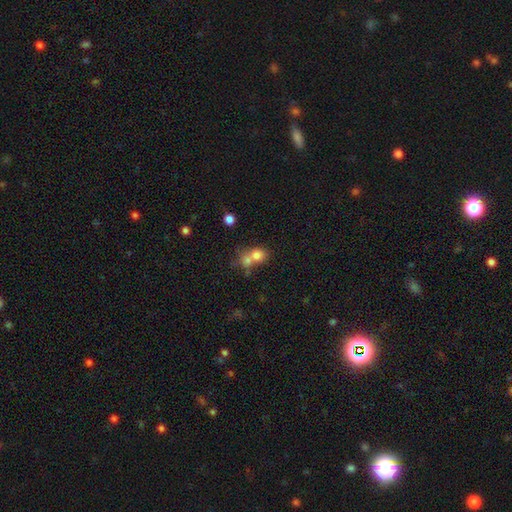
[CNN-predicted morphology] Smooth or featured? Predicted: smooth (p=0.74). How rounded? Predicted: round (p=0.68). Merging? Predicted: merger (p=0.58).